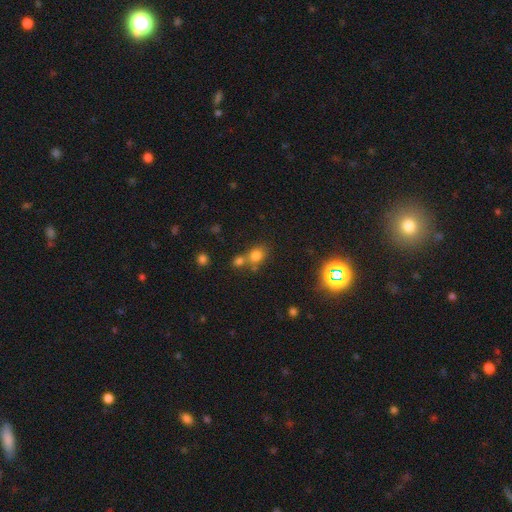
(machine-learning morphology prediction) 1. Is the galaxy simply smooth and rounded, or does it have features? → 75% smooth, 17% star or artifact, 8% featured or disk.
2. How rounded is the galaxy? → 62% round, 36% in between, 1% cigar-shaped.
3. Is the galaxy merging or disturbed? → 48% none, 38% merger, 10% minor disturbance, 4% major disturbance.